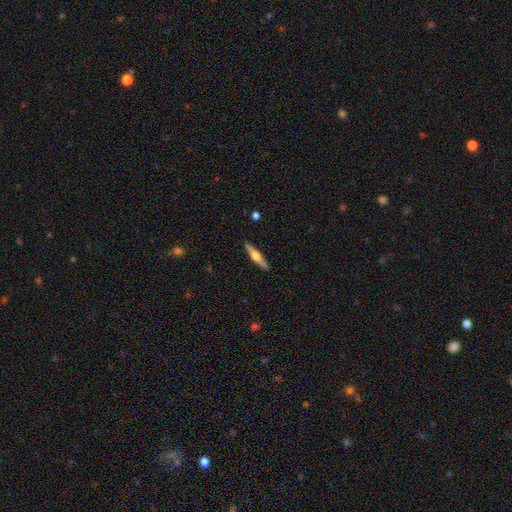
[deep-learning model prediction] smooth_or_featured: featured or disk (p=0.59) [alt: smooth p=0.36]
disk_edge_on: yes (p=0.96) [alt: no p=0.04]
edge_on_bulge: rounded (p=0.91) [alt: boxy p=0.06]
merging: none (p=0.90) [alt: minor disturbance p=0.07]